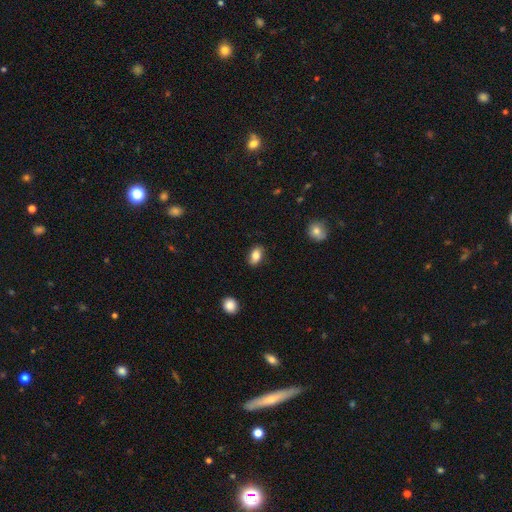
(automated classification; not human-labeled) Smooth or featured? smooth (82%)
How rounded? in between (89%)
Merging? none (85%)